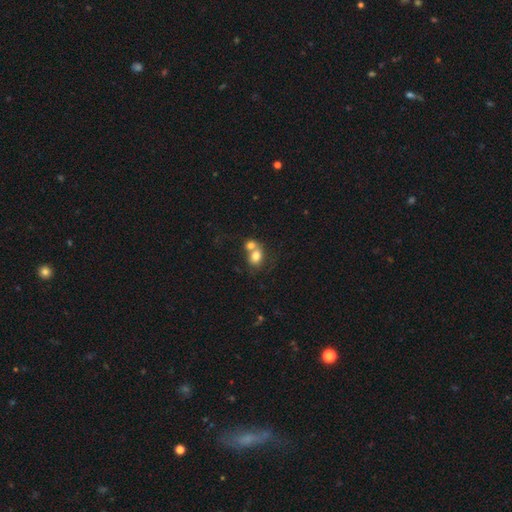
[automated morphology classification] The model was most divided on "how rounded": round: 54%, in between: 45%, cigar-shaped: 1%. More confident: smooth or featured — smooth (76%); merging — merger (64%).